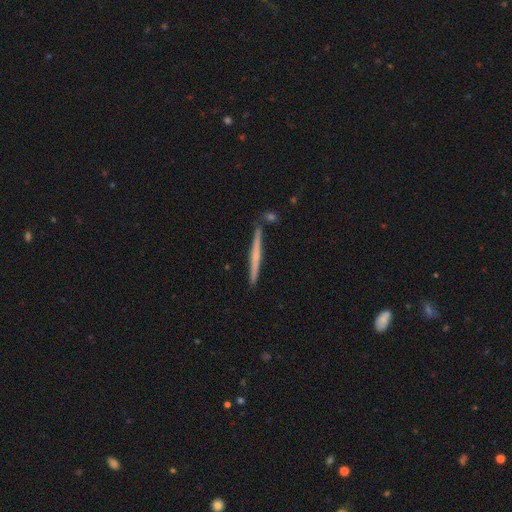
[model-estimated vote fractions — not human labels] A featured or disk galaxy (53%) viewed edge-on (98%) with no central bulge (72%).

Vote fractions:
- Smooth or featured? featured or disk: 53% / smooth: 41% / star or artifact: 6%
- Edge-on disk? yes: 98% / no: 2%
- Edge-on bulge? none: 72% / rounded: 20% / boxy: 7%
- Merging? none: 87% / minor disturbance: 8% / merger: 3% / major disturbance: 2%